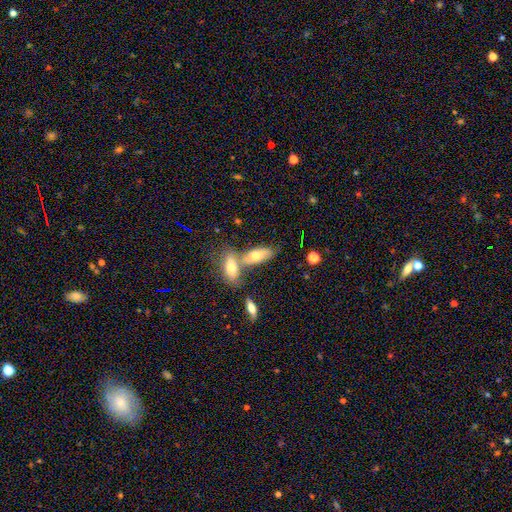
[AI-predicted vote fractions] A smooth galaxy with no disk features (65%) that is in between round and cigar-shaped (72%). Merging: none (46%).